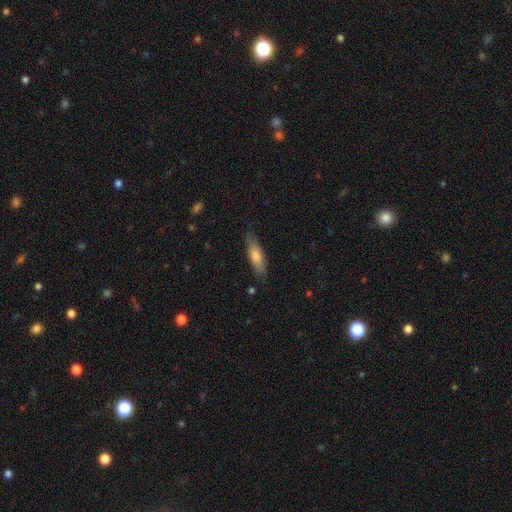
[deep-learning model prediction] Smooth or featured: smooth — 67% (featured or disk — 27%)
How rounded: cigar-shaped — 64% (in between — 34%)
Merging: none — 81% (minor disturbance — 15%)